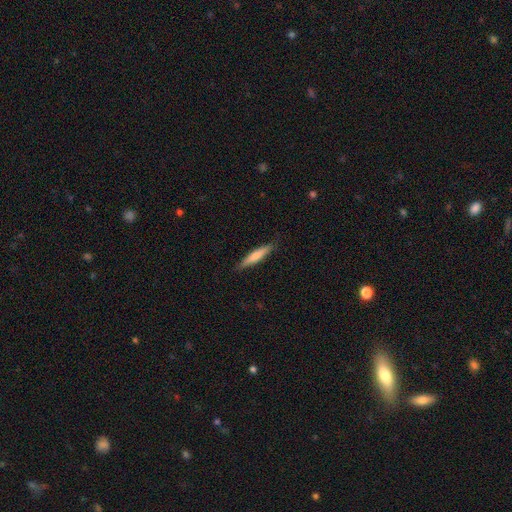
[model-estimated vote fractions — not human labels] Smooth or featured: smooth — 68% (featured or disk — 27%)
How rounded: cigar-shaped — 89% (in between — 9%)
Merging: none — 89% (minor disturbance — 9%)